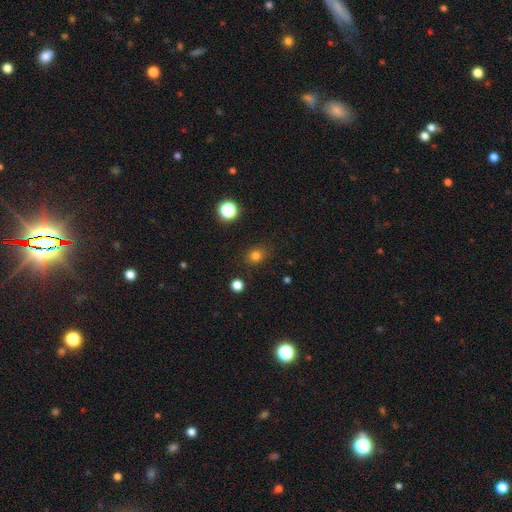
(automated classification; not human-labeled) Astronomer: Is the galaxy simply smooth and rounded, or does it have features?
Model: smooth — 79%.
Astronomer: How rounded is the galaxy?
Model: round — 70%.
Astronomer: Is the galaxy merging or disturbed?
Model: none — 85%.